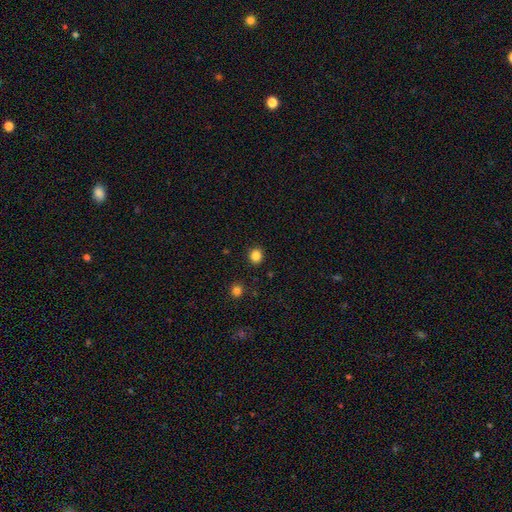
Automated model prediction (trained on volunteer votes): Overall: smooth (85%). How rounded: round (81%). Merging: none (91%).